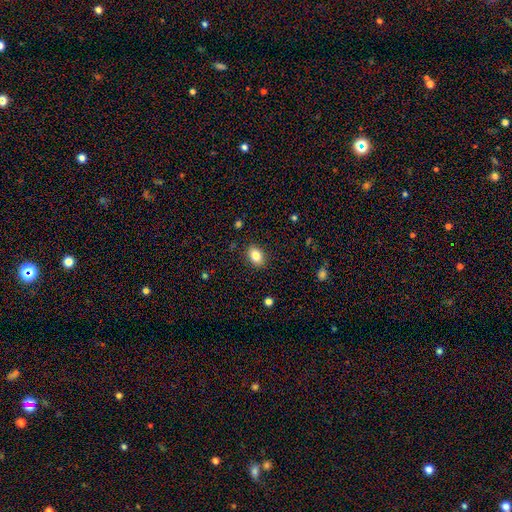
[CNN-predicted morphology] smooth_or_featured: smooth (p=0.83) [alt: star or artifact p=0.09]
how_rounded: in between (p=0.80) [alt: round p=0.18]
merging: none (p=0.88) [alt: minor disturbance p=0.09]